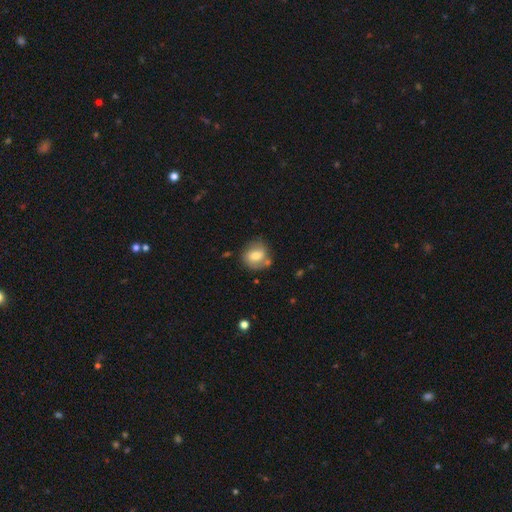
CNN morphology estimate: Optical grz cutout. It shows a smooth galaxy with no disk features (66%) that is round (72%). Merging: none (64%).